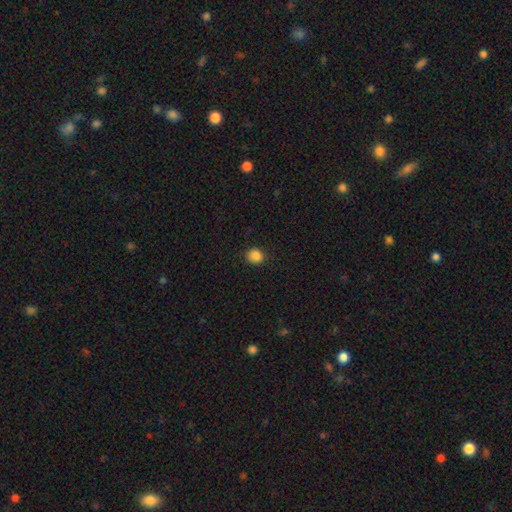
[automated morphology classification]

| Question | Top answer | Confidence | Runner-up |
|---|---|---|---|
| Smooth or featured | smooth | 86% | star or artifact (11%) |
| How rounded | round | 78% | in between (22%) |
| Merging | none | 87% | minor disturbance (9%) |